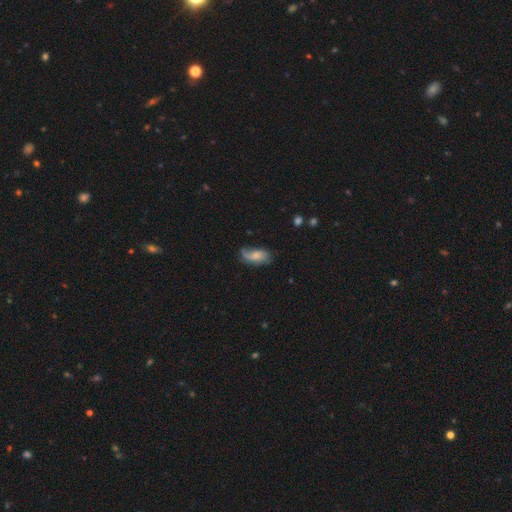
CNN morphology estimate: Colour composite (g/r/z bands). It shows a smooth galaxy with no disk features (60%) that is in between round and cigar-shaped (89%). Merging: none (51%).